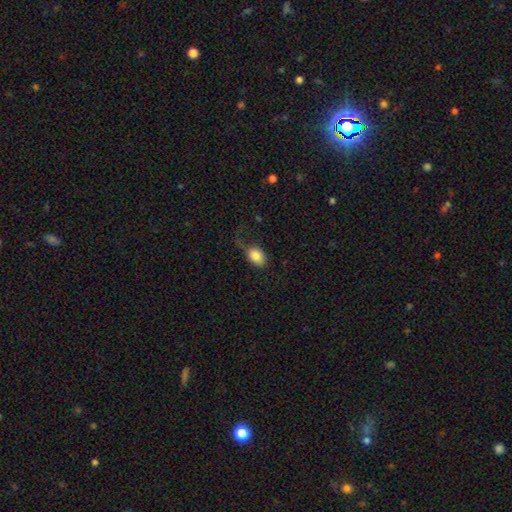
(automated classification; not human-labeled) This appears to be a smooth galaxy with no disk features (84%) that is in between round and cigar-shaped (82%). Merging: none (43%).